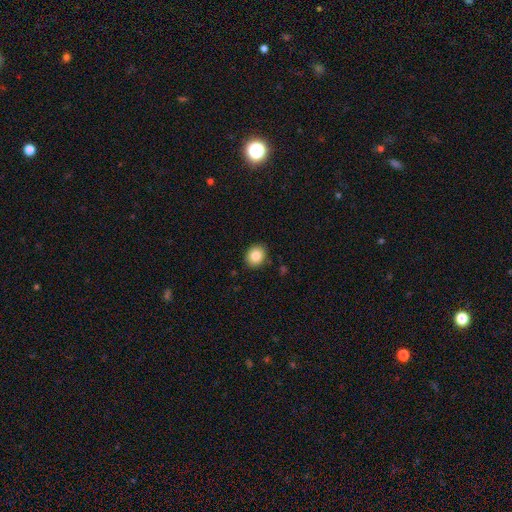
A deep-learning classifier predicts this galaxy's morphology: This appears to be a smooth galaxy with no disk features (85%) that is round (60%). Merging: none (89%).